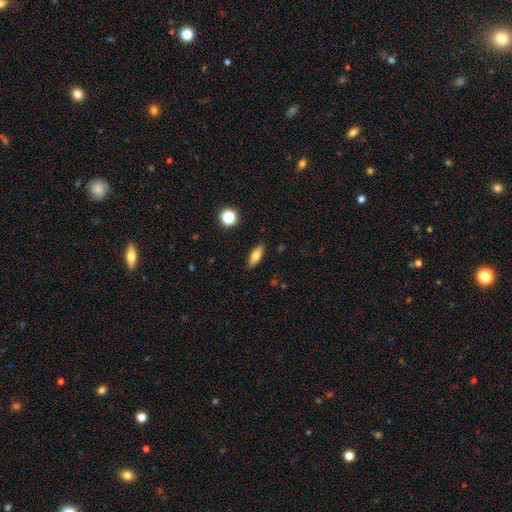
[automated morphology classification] A smooth galaxy with no disk features (75%) that is in between round and cigar-shaped (71%).

Vote fractions:
- Smooth or featured? smooth: 75% / featured or disk: 17% / star or artifact: 9%
- How rounded? in between: 71% / cigar-shaped: 25% / round: 4%
- Merging? none: 87% / minor disturbance: 9% / major disturbance: 2% / merger: 1%